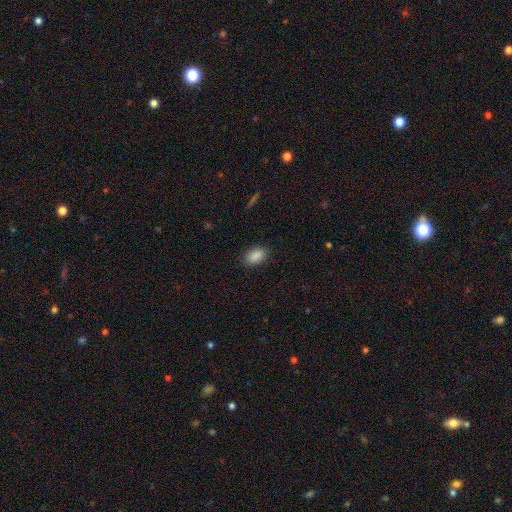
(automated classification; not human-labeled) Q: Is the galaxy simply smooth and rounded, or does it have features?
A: smooth — 89%.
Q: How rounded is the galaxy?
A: in between — 91%.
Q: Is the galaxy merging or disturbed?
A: none — 86%.